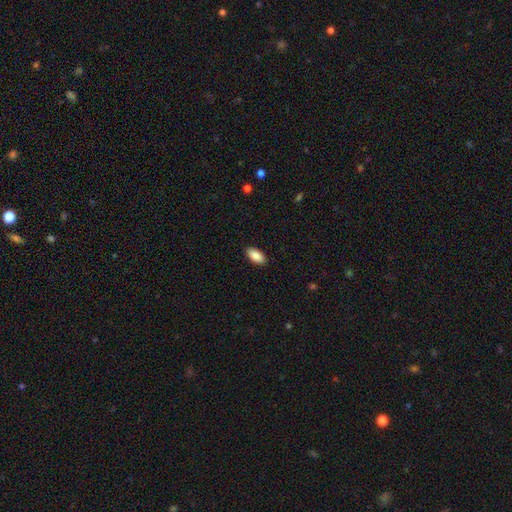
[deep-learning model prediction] This is clearly a smooth galaxy (87%). How rounded: clearly in between (92%). Merging: clearly none (90%).